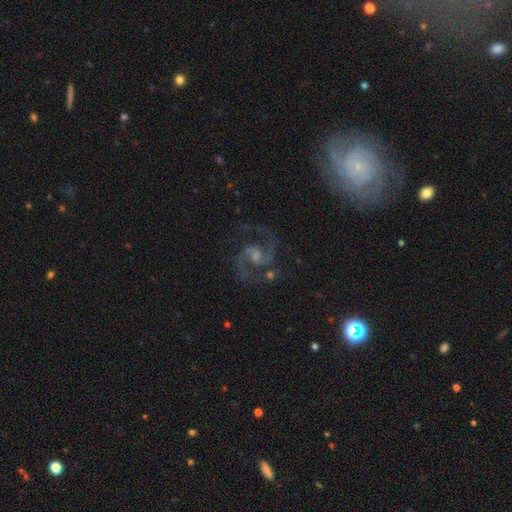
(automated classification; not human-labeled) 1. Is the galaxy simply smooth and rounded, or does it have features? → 92% featured or disk, 5% star or artifact, 3% smooth.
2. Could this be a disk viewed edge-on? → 98% no, 2% yes.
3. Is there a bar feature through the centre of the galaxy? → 50% weak, 39% no, 11% strong.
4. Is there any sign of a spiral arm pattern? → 98% yes, 2% no.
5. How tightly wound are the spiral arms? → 70% medium, 17% loose, 13% tight.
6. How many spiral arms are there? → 94% 2, 1% 3, 1% can't tell, 1% 1, 1% 4, 1% more than 4.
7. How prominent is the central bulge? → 44% small, 35% moderate, 16% none, 4% large, 1% dominant.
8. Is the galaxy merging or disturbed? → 77% none, 13% minor disturbance, 7% major disturbance, 3% merger.